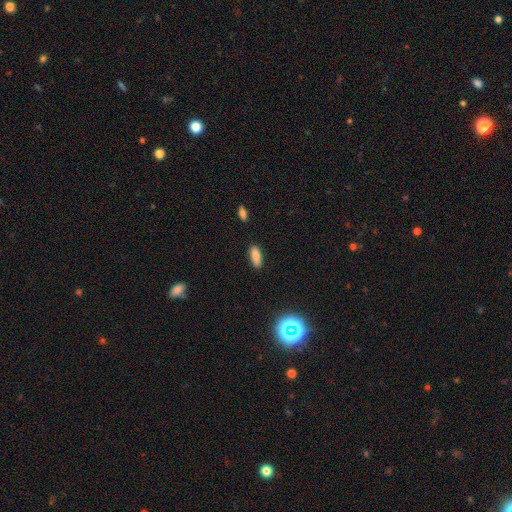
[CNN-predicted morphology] A smooth galaxy with no disk features (84%) that is in between round and cigar-shaped (72%).

Vote fractions:
- Smooth or featured? smooth: 84% / star or artifact: 10% / featured or disk: 7%
- How rounded? in between: 72% / cigar-shaped: 26% / round: 2%
- Merging? none: 85% / minor disturbance: 11% / major disturbance: 2% / merger: 2%